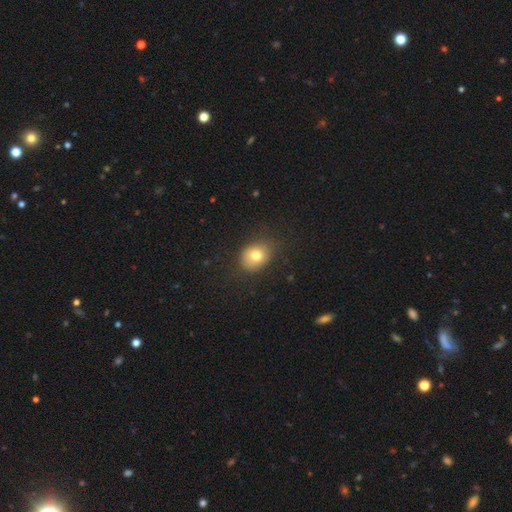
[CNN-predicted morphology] smooth 77%, featured or disk 12%, star or artifact 11%. Down the decision tree: how rounded — round (53%); merging — none (78%).